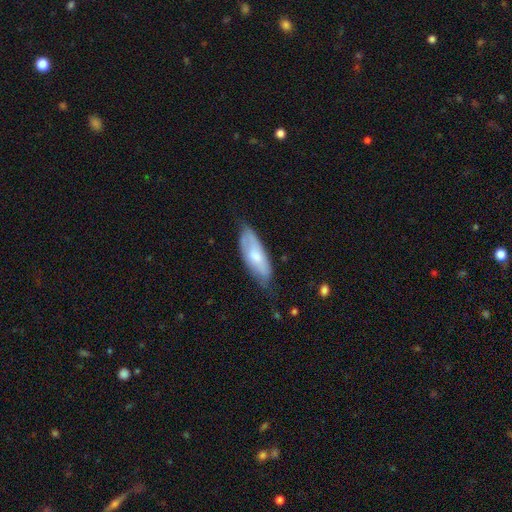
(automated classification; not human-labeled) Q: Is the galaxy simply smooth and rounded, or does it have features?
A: smooth — 59%.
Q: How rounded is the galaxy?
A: in between — 71%.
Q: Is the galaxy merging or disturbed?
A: none — 57%.